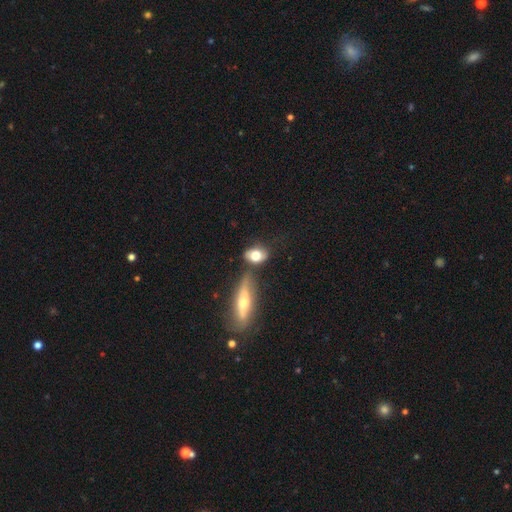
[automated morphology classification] A smooth galaxy with no disk features (72%) that is in between round and cigar-shaped (72%).

Vote fractions:
- Smooth or featured? smooth: 72% / featured or disk: 20% / star or artifact: 8%
- How rounded? in between: 72% / round: 23% / cigar-shaped: 5%
- Merging? none: 53% / merger: 22% / minor disturbance: 17% / major disturbance: 7%